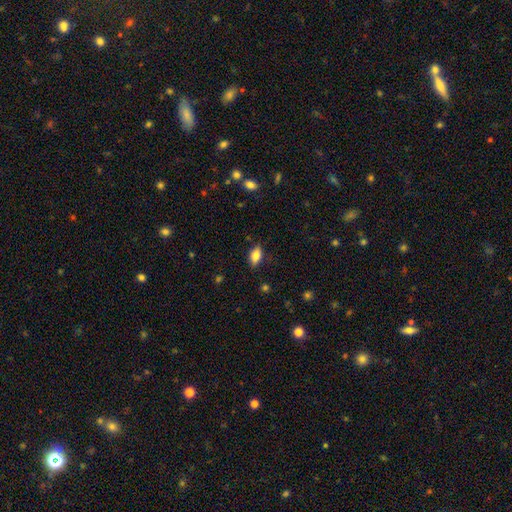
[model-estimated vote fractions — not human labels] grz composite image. It shows a smooth galaxy with no disk features (83%) that is in between round and cigar-shaped (89%). Merging: none (82%).